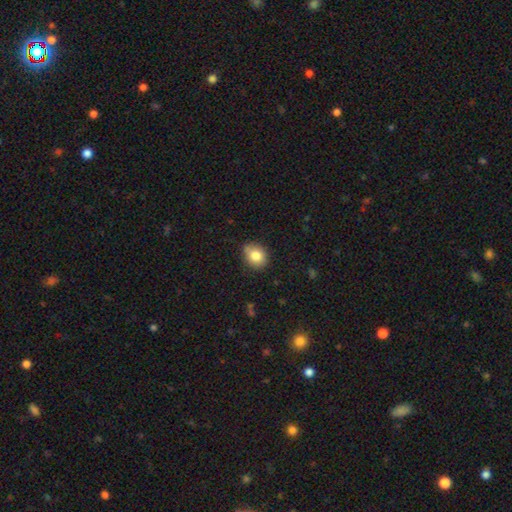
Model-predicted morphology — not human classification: smooth_or_featured: smooth (p=0.82) [alt: star or artifact p=0.09]
how_rounded: round (p=0.60) [alt: in between p=0.39]
merging: none (p=0.79) [alt: minor disturbance p=0.16]